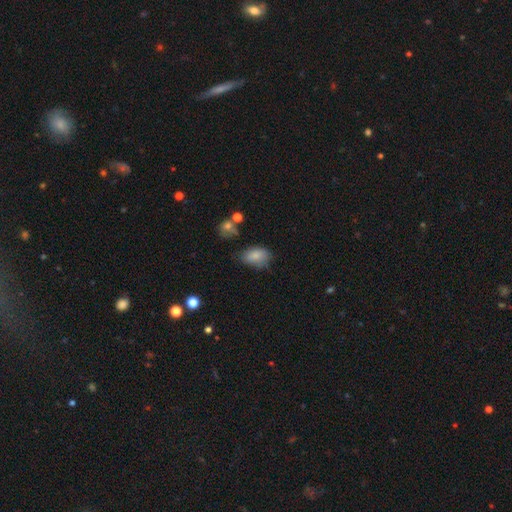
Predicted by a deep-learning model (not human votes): Smooth or featured? smooth (83%)
How rounded? in between (89%)
Merging? none (61%)